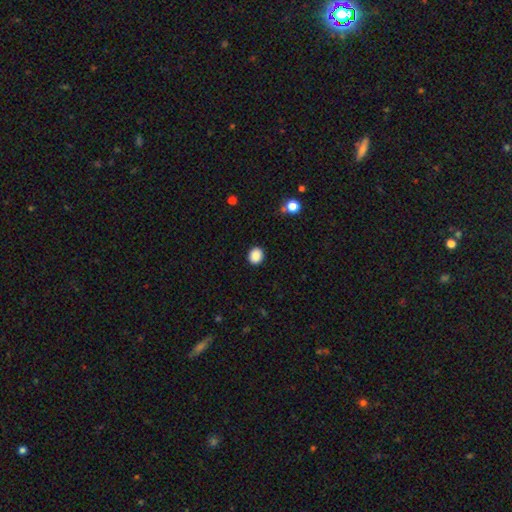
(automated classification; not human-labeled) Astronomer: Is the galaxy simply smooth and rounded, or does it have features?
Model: smooth — 88%.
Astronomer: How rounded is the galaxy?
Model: round — 73%.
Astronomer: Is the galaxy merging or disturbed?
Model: none — 91%.